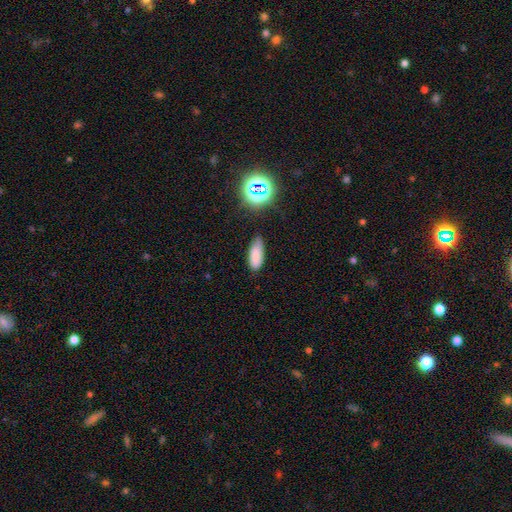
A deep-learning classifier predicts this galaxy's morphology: This is likely a smooth galaxy (79%). How rounded: likely in between (74%). Merging: likely none (67%).